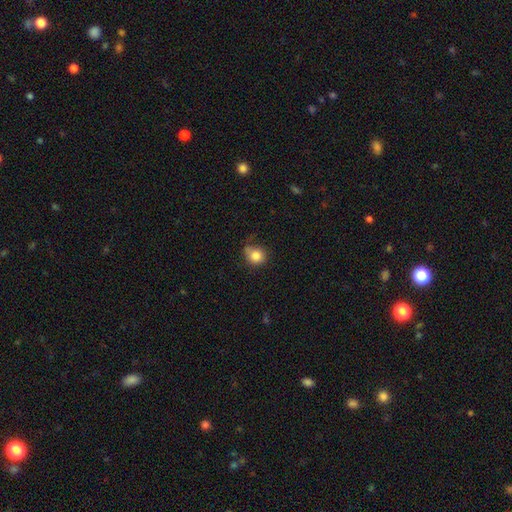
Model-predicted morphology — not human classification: This is clearly a smooth galaxy (83%). How rounded: clearly round (82%). Merging: likely none (60%).